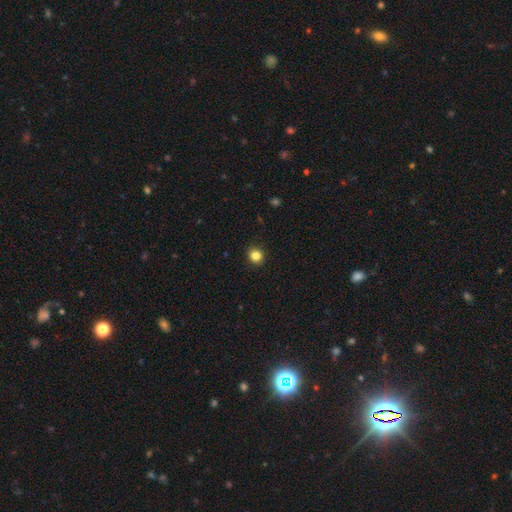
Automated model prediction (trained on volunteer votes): Overall: smooth (84%). How rounded: round (86%). Merging: none (92%).